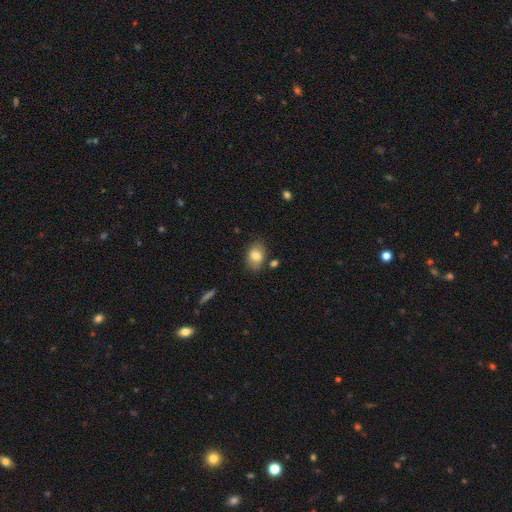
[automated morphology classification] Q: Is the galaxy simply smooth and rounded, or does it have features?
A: smooth — 80%.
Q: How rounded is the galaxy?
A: in between — 81%.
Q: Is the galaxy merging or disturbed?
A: none — 78%.